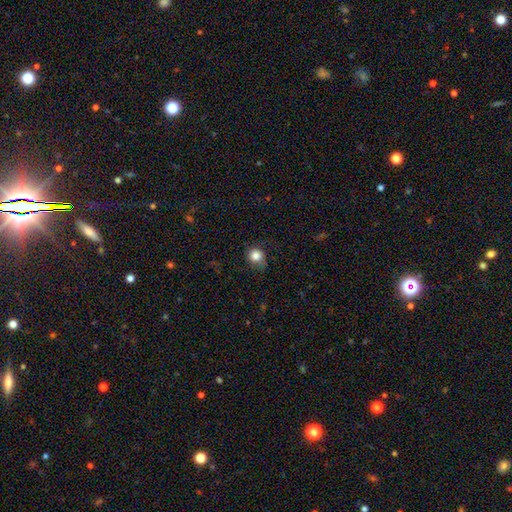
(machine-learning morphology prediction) A smooth galaxy with no disk features (84%) that is round (82%).

Vote fractions:
- Smooth or featured? smooth: 84% / star or artifact: 11% / featured or disk: 5%
- How rounded? round: 82% / in between: 17% / cigar-shaped: 1%
- Merging? none: 73% / minor disturbance: 20% / major disturbance: 6% / merger: 1%